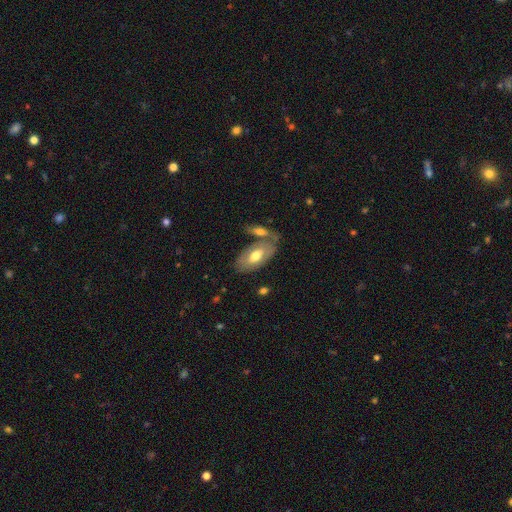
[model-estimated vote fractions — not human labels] smooth-or-featured: smooth: 55% | featured or disk: 39% | star or artifact: 6%
  how-rounded: in between: 92% | cigar-shaped: 5% | round: 3%
  merging: none: 58% | merger: 21% | minor disturbance: 15% | major disturbance: 5%